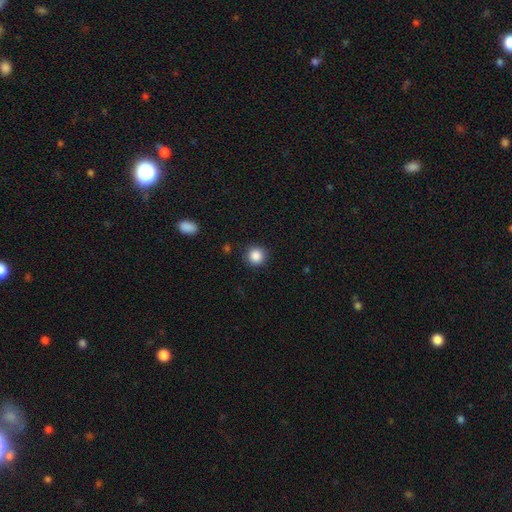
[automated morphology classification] Smooth or featured: smooth — 87% (star or artifact — 10%)
How rounded: round — 92% (in between — 7%)
Merging: none — 89% (minor disturbance — 8%)